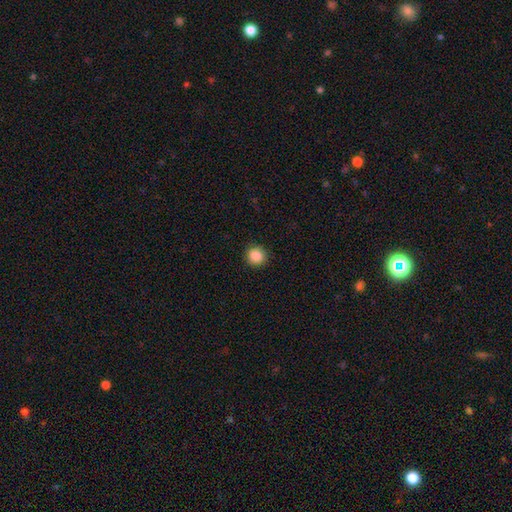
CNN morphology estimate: A smooth galaxy with no disk features (88%) that is round (89%). Merging: none (90%).